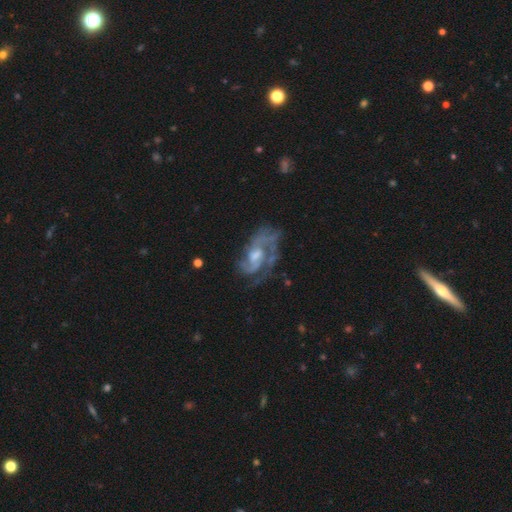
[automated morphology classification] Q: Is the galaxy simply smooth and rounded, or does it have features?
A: featured or disk — 86%.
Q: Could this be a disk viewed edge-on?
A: no — 97%.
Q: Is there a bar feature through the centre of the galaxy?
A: no — 51%.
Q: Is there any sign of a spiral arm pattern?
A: yes — 94%.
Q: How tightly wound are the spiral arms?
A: medium — 49%.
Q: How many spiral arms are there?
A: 2 — 56%.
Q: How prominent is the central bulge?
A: moderate — 54%.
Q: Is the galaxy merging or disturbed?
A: none — 55%.